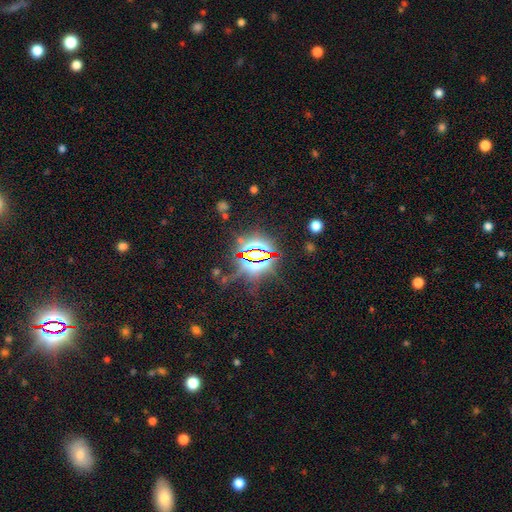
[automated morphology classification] The model was most divided on "smooth or featured": star or artifact: 80%, smooth: 11%, featured or disk: 9%.